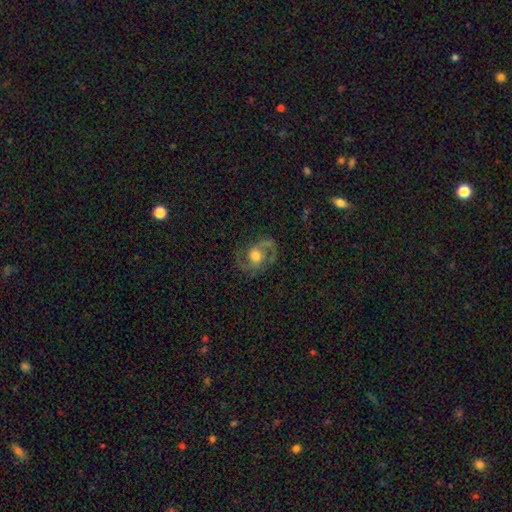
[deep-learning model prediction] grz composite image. It shows a featured or disk galaxy (79%) with no bar (63%), 2 (87%) medium (58%) spiral arms (92%) and a moderate central bulge (63%). Merging: none (73%).